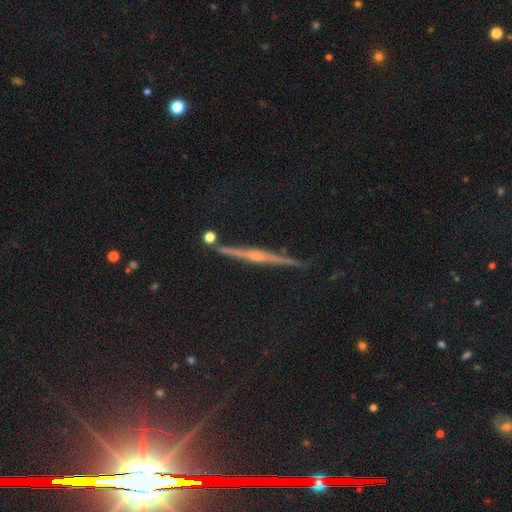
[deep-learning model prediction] This appears to be a featured or disk galaxy (71%) viewed edge-on (97%) with a rounded central bulge (70%). Merging: none (87%).